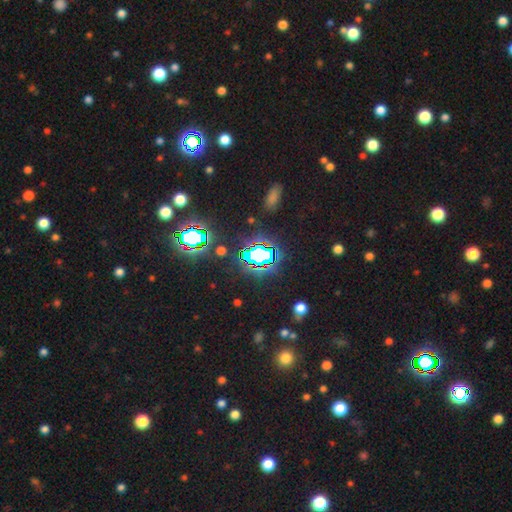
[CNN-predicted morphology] A star or artifact, not a galaxy (77%).

Vote fractions:
- Smooth or featured? star or artifact: 77% / smooth: 14% / featured or disk: 8%